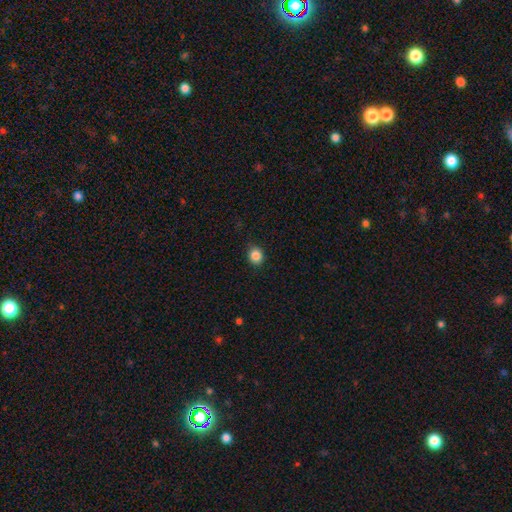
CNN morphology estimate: type=smooth (86%); roundness=round (79%); merging=none (87%).